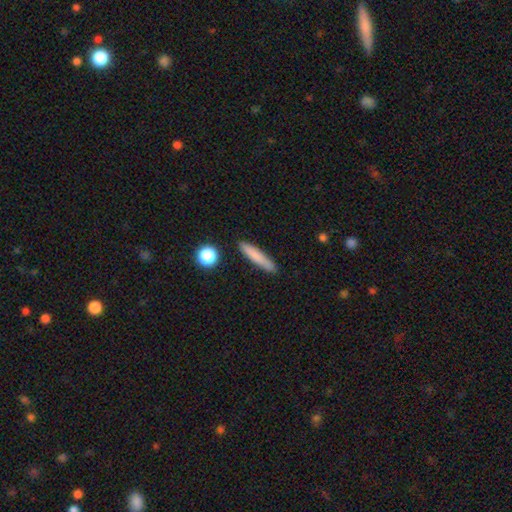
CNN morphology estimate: smooth-or-featured: smooth: 79% | featured or disk: 14% | star or artifact: 7%
  how-rounded: cigar-shaped: 90% | in between: 8% | round: 2%
  merging: none: 86% | minor disturbance: 10% | major disturbance: 2% | merger: 2%